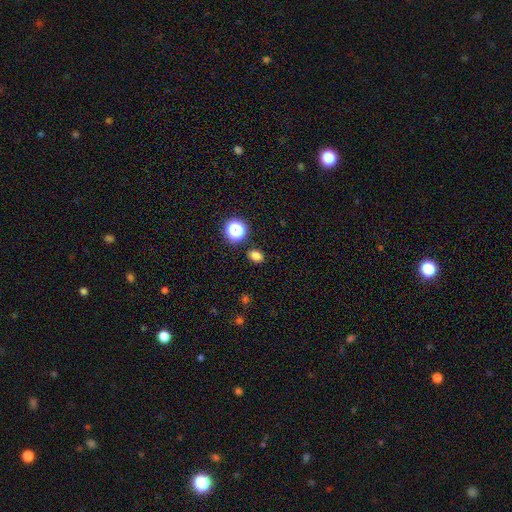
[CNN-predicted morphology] Overall: smooth (78%). How rounded: in between (63%; round 36%). Merging: none (86%).